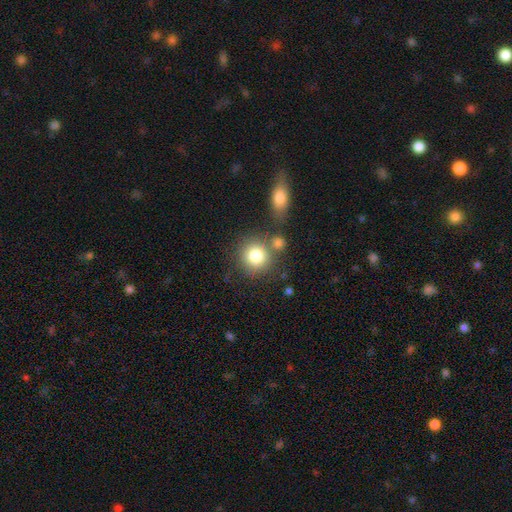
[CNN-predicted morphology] A smooth galaxy with no disk features (80%) that is round (88%).

Vote fractions:
- Smooth or featured? smooth: 80% / star or artifact: 10% / featured or disk: 10%
- How rounded? round: 88% / in between: 11% / cigar-shaped: 1%
- Merging? none: 65% / merger: 20% / minor disturbance: 11% / major disturbance: 5%